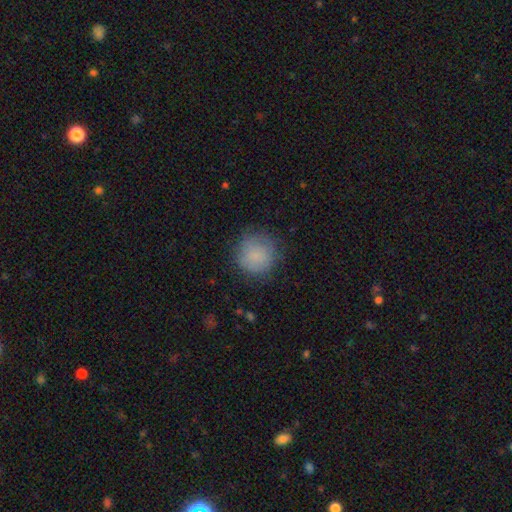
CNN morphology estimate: Smooth or featured: smooth — 85% (star or artifact — 8%)
How rounded: round — 93% (in between — 6%)
Merging: none — 79% (minor disturbance — 15%)